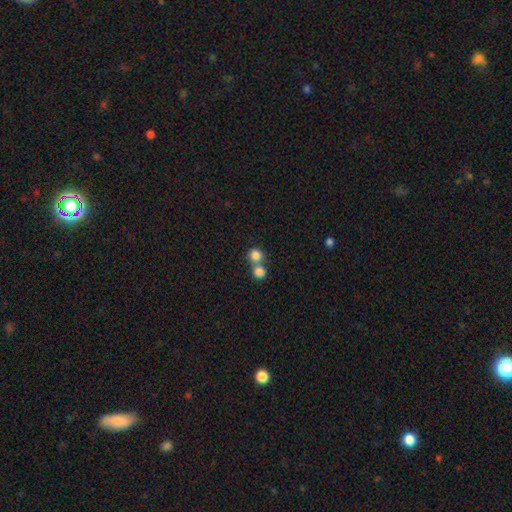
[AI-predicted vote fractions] Overall: smooth (83%). How rounded: round (89%). Merging: merger (50%; none 43%).